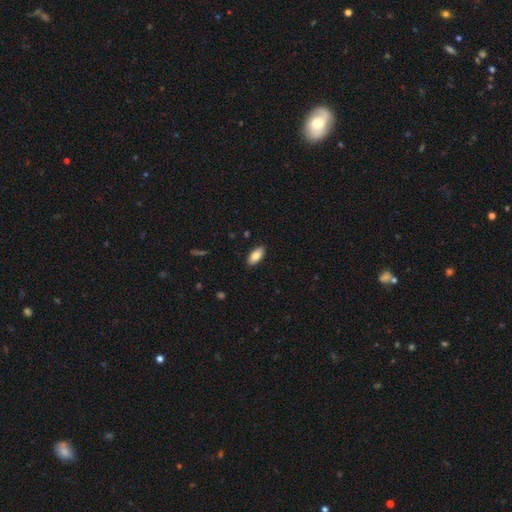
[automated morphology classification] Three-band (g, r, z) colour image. It shows a smooth galaxy with no disk features (82%) that is in between round and cigar-shaped (90%). Merging: none (89%).